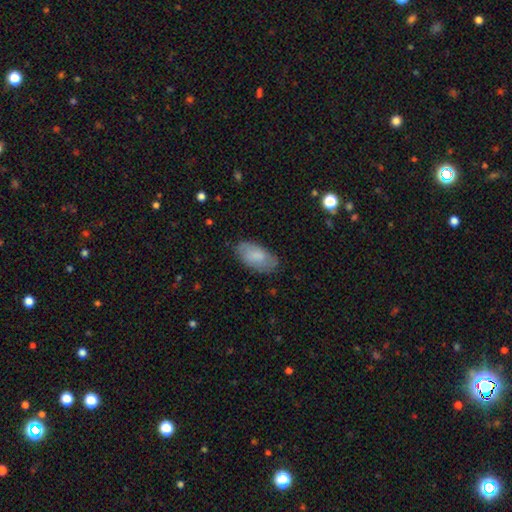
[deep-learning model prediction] smooth_or_featured: smooth (p=0.78) [alt: featured or disk p=0.16]
how_rounded: in between (p=0.94) [alt: cigar-shaped p=0.03]
merging: none (p=0.79) [alt: minor disturbance p=0.16]